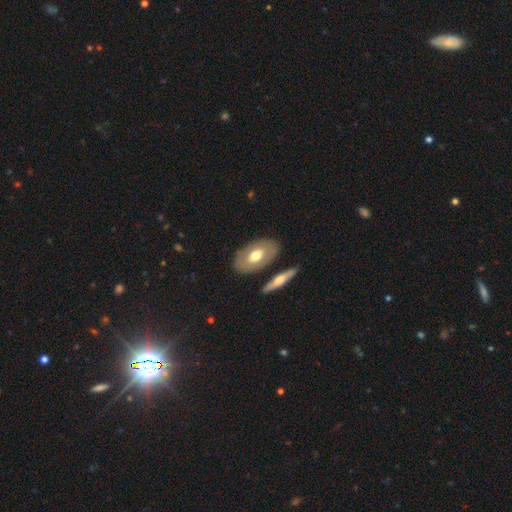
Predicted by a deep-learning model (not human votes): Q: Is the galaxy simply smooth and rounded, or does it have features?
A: smooth — 53%.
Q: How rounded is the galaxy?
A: in between — 91%.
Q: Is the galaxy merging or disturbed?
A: none — 78%.